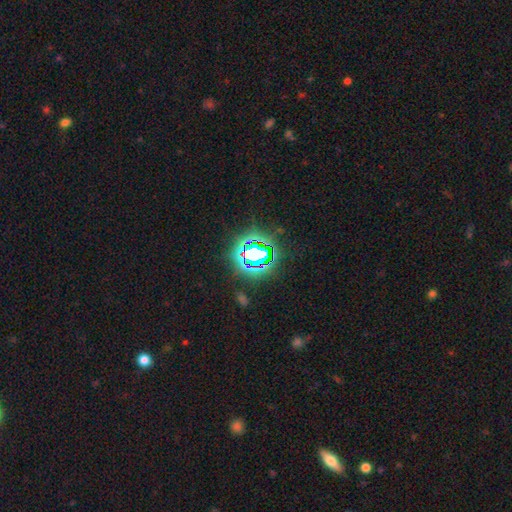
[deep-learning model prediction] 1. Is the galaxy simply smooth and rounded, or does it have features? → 79% star or artifact, 15% smooth, 7% featured or disk.